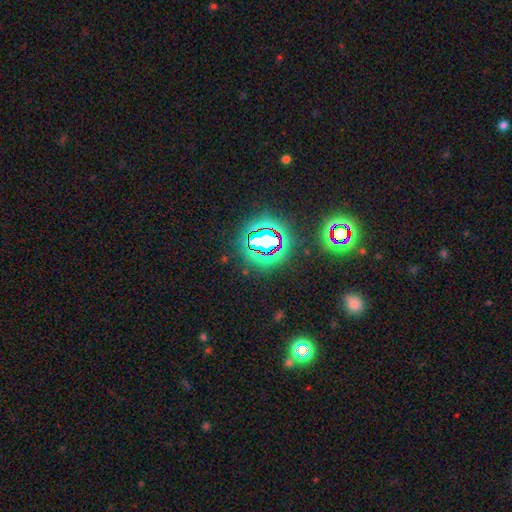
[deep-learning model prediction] Smooth or featured? star or artifact (78%)